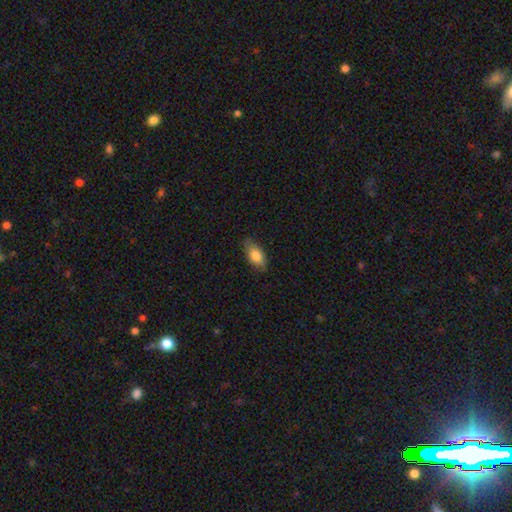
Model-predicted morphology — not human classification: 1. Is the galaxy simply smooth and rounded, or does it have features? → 80% smooth, 14% featured or disk, 7% star or artifact.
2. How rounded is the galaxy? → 89% in between, 8% cigar-shaped, 4% round.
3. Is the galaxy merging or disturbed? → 81% none, 15% minor disturbance, 3% major disturbance, 1% merger.